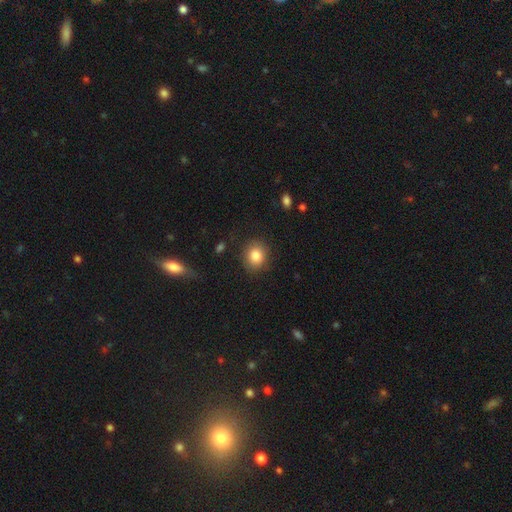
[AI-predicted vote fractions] Q: Smooth or featured?
A: smooth (84%); runner-up: star or artifact (9%)
Q: How rounded?
A: round (73%); runner-up: in between (26%)
Q: Merging?
A: none (87%); runner-up: minor disturbance (9%)